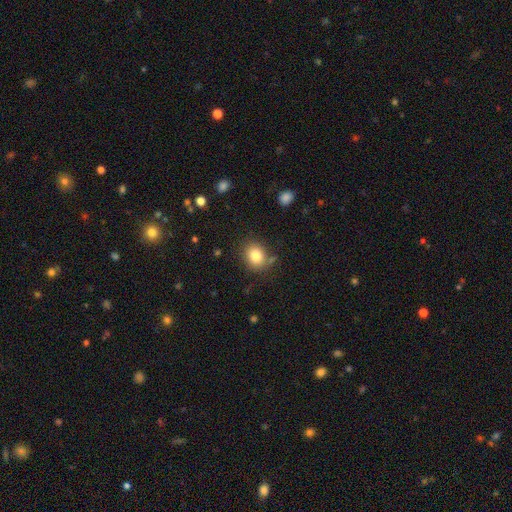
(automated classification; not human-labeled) smooth_or_featured: smooth (p=0.82) [alt: star or artifact p=0.11]
how_rounded: round (p=0.65) [alt: in between p=0.34]
merging: none (p=0.78) [alt: minor disturbance p=0.13]